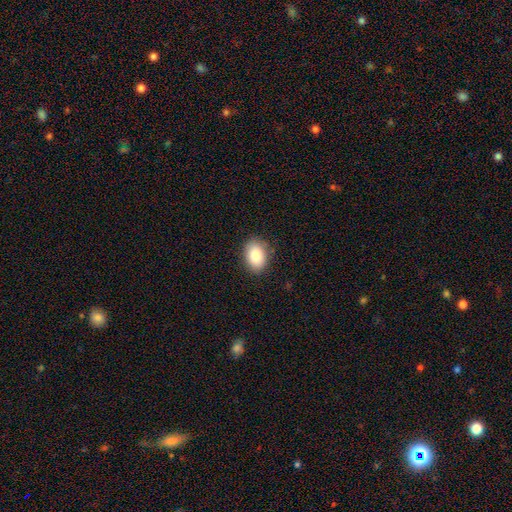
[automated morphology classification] Smooth or featured? smooth (86%)
How rounded? in between (83%)
Merging? none (86%)